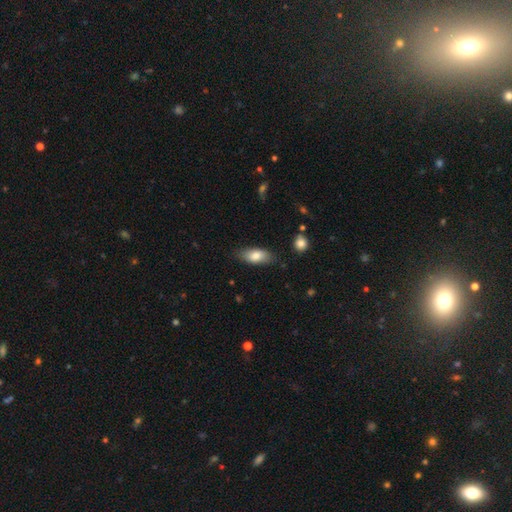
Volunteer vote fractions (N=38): This appears to be a smooth galaxy with no disk features (89%) that is in between round and cigar-shaped (82%). Merging: none (81%).